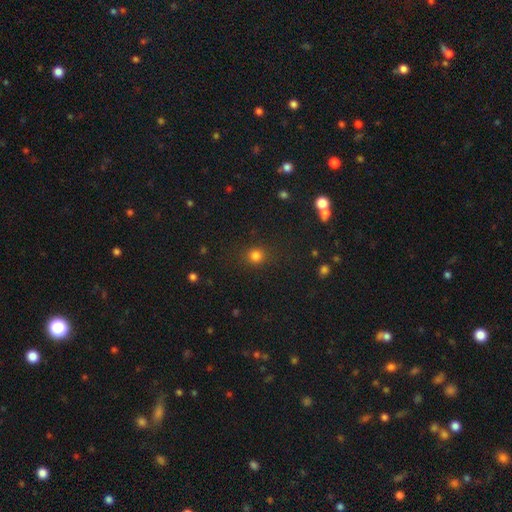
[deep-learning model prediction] A smooth galaxy with no disk features (80%) that is round (86%).

Vote fractions:
- Smooth or featured? smooth: 80% / star or artifact: 15% / featured or disk: 5%
- How rounded? round: 86% / in between: 13% / cigar-shaped: 1%
- Merging? none: 86% / minor disturbance: 9% / major disturbance: 4% / merger: 2%